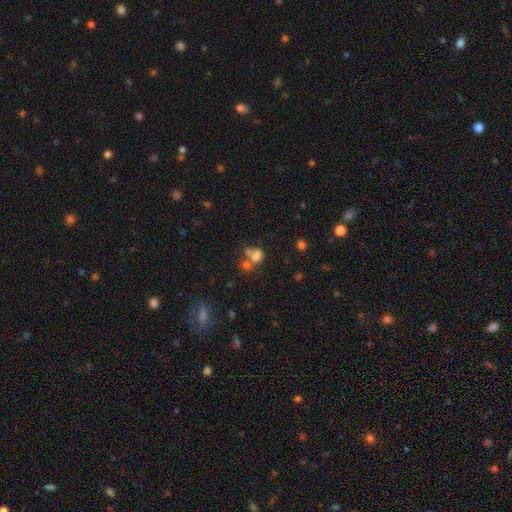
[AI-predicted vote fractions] The model was most divided on "merging": merger: 52%, none: 28%, minor disturbance: 11%, major disturbance: 10%. More confident: smooth or featured — smooth (70%); how rounded — in between (62%).